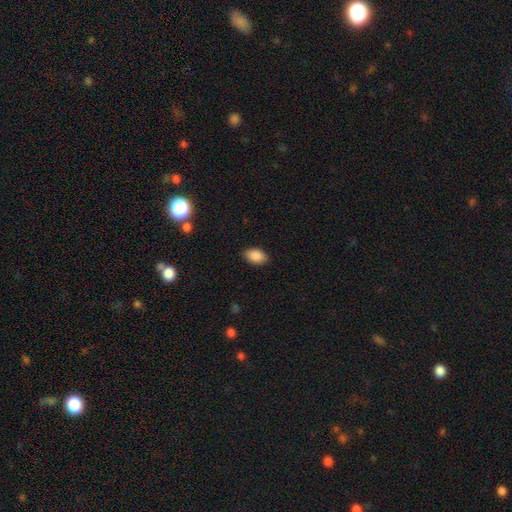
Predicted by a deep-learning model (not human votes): Smooth or featured?
  - smooth: 89% *
  - star or artifact: 7%
  - featured or disk: 4%
How rounded?
  - in between: 91% *
  - round: 8%
  - cigar-shaped: 1%
Merging?
  - none: 88% *
  - minor disturbance: 9%
  - major disturbance: 2%
  - merger: 1%